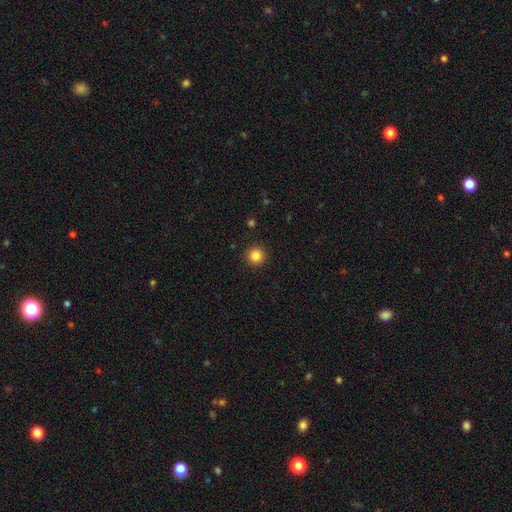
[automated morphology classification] smooth 86%, star or artifact 11%, featured or disk 4%. Down the decision tree: how rounded — round (95%); merging — none (92%).